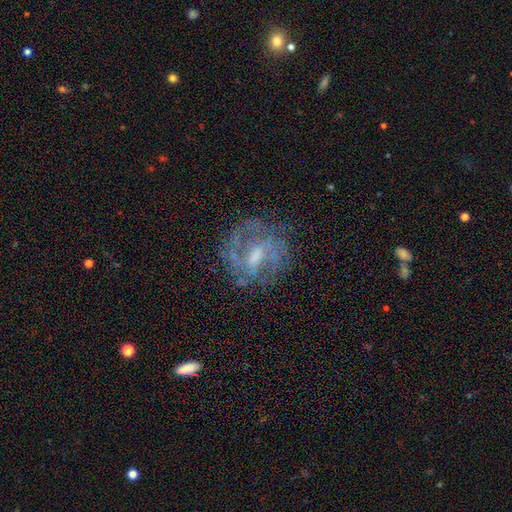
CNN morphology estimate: Overall: featured or disk (78%). Edge-on disk: no (97%). Bar: weak (55%; no 24%). Spiral arms: yes (82%). Spiral arm count: 2 (36%; can't tell 35%). Spiral winding: medium (44%; tight 39%). Bulge size: moderate (45%; small 34%). Merging: none (67%).